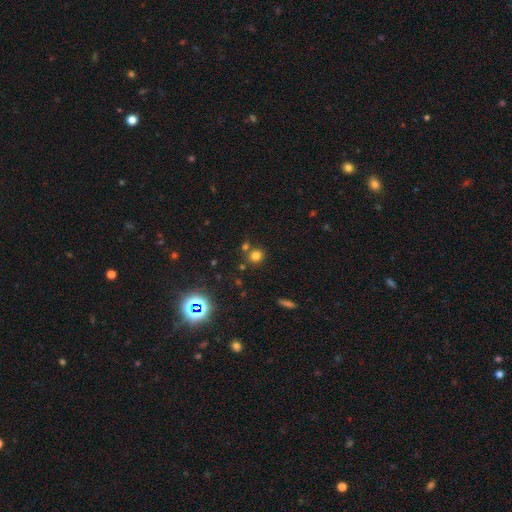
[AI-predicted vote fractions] A smooth galaxy with no disk features (75%) that is round (81%).

Vote fractions:
- Smooth or featured? smooth: 75% / star or artifact: 19% / featured or disk: 7%
- How rounded? round: 81% / in between: 18% / cigar-shaped: 1%
- Merging? none: 72% / merger: 15% / minor disturbance: 9% / major disturbance: 3%